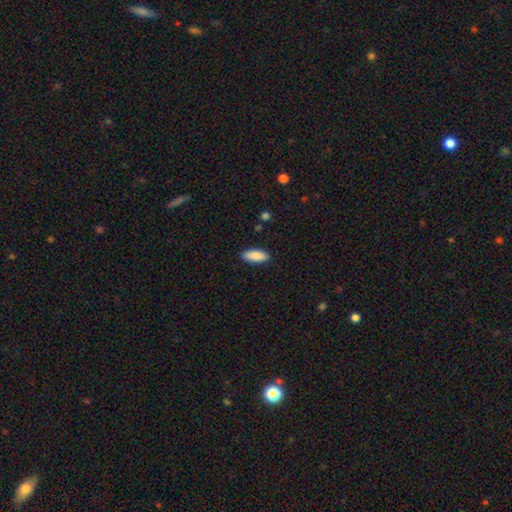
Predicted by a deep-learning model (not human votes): smooth-or-featured: smooth: 87% | featured or disk: 7% | star or artifact: 6%
  how-rounded: in between: 74% | cigar-shaped: 24% | round: 2%
  merging: none: 88% | minor disturbance: 9% | major disturbance: 2% | merger: 1%